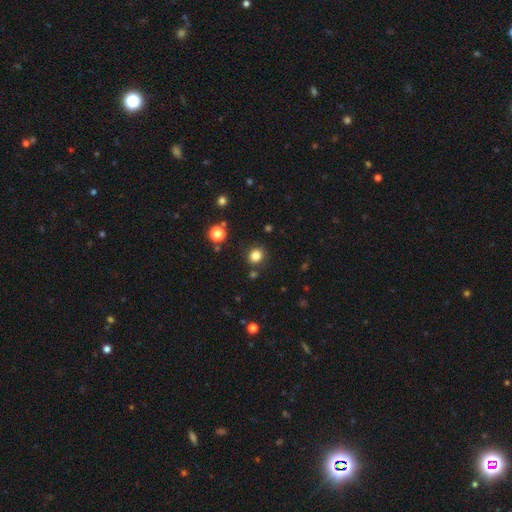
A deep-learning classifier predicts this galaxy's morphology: Smooth or featured? Predicted: smooth (p=0.83). How rounded? Predicted: round (p=0.80). Merging? Predicted: none (p=0.86).